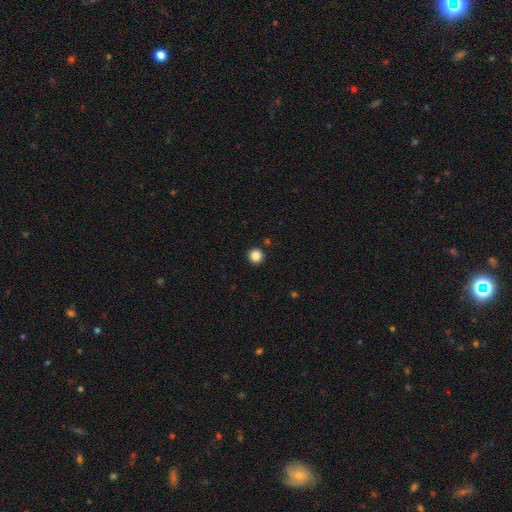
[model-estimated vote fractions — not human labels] Q: Smooth or featured?
A: smooth (86%); runner-up: star or artifact (11%)
Q: How rounded?
A: round (96%); runner-up: in between (3%)
Q: Merging?
A: none (93%); runner-up: minor disturbance (4%)